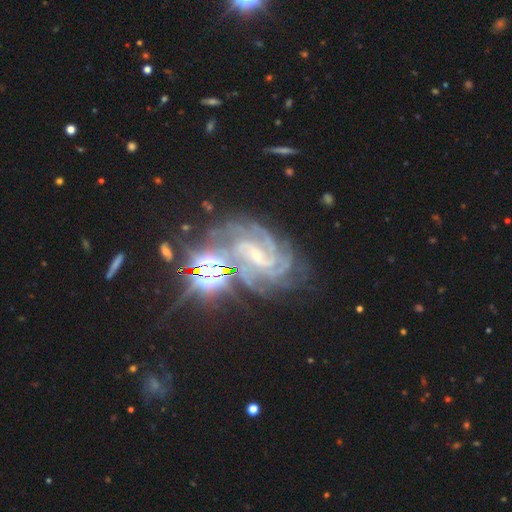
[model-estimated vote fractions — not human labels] featured or disk 80%, star or artifact 14%, smooth 5%. Down the decision tree: edge-on disk — no (97%); bar — weak (47%); spiral arms — yes (97%); spiral arm count — 4 (25%); spiral winding — tight (57%); bulge size — small (67%); merging — none (64%).